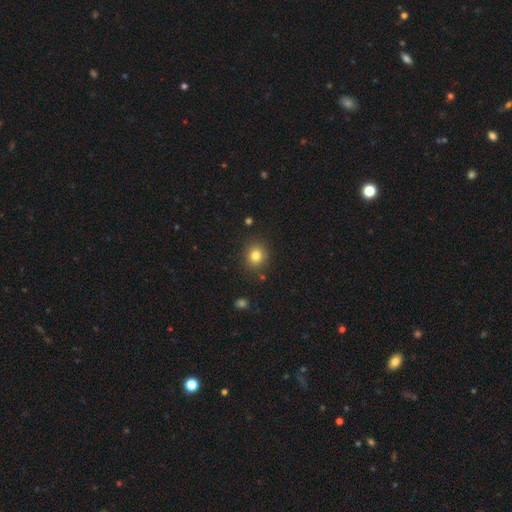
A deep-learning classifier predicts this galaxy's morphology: A smooth galaxy with no disk features (81%) that is round (82%).

Vote fractions:
- Smooth or featured? smooth: 81% / star or artifact: 12% / featured or disk: 7%
- How rounded? round: 82% / in between: 17% / cigar-shaped: 1%
- Merging? none: 86% / minor disturbance: 9% / major disturbance: 3% / merger: 2%